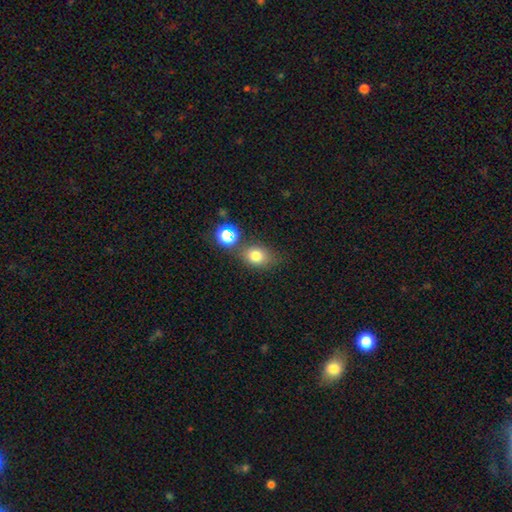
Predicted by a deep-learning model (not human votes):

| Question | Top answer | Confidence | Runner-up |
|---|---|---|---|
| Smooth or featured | smooth | 77% | star or artifact (14%) |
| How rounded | in between | 51% | round (47%) |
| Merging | none | 65% | minor disturbance (16%) |